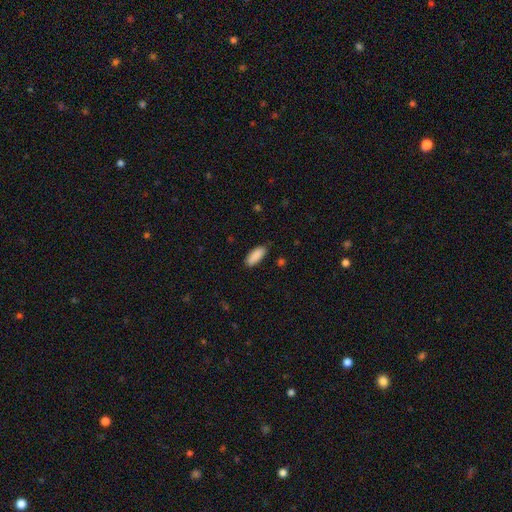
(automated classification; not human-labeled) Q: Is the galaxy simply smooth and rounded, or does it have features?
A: smooth — 90%.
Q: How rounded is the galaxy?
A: in between — 76%.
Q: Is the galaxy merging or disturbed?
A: none — 86%.